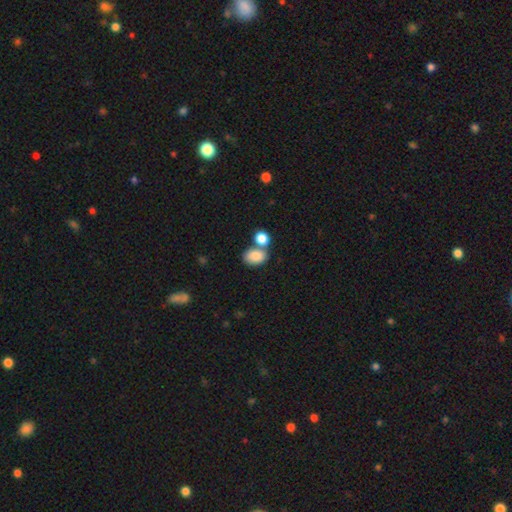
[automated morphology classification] smooth_or_featured: smooth (p=0.84) [alt: featured or disk p=0.08]
how_rounded: in between (p=0.77) [alt: round p=0.22]
merging: none (p=0.43) [alt: merger p=0.42]